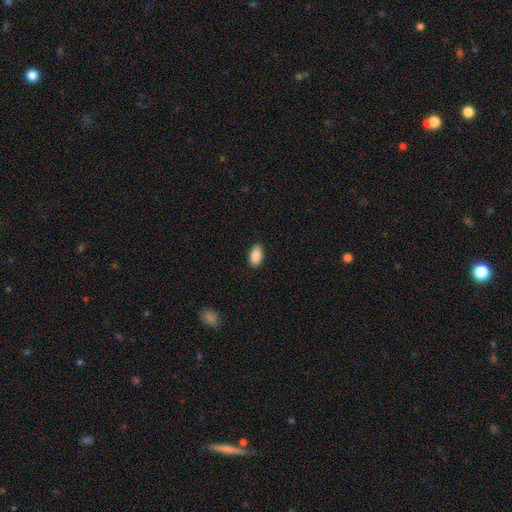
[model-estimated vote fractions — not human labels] Smooth or featured? smooth (90%)
How rounded? in between (94%)
Merging? none (87%)